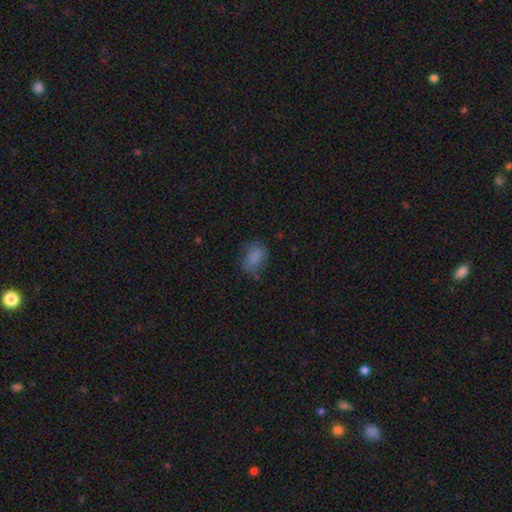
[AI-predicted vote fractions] smooth_or_featured: smooth (p=0.77) [alt: star or artifact p=0.13]
how_rounded: in between (p=0.77) [alt: round p=0.21]
merging: none (p=0.67) [alt: minor disturbance p=0.23]